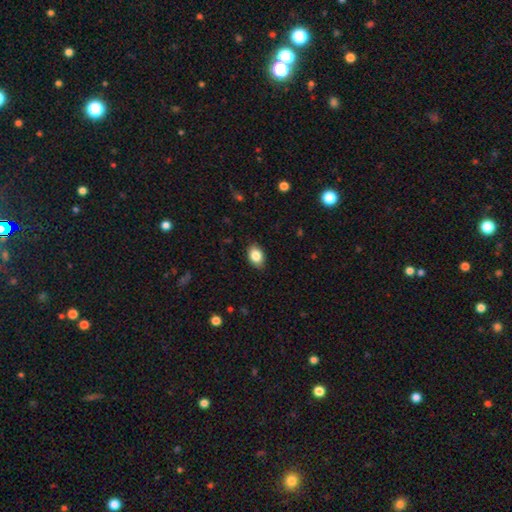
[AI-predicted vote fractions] Q: Smooth or featured?
A: smooth (85%); runner-up: star or artifact (8%)
Q: How rounded?
A: in between (82%); runner-up: round (17%)
Q: Merging?
A: none (86%); runner-up: minor disturbance (11%)